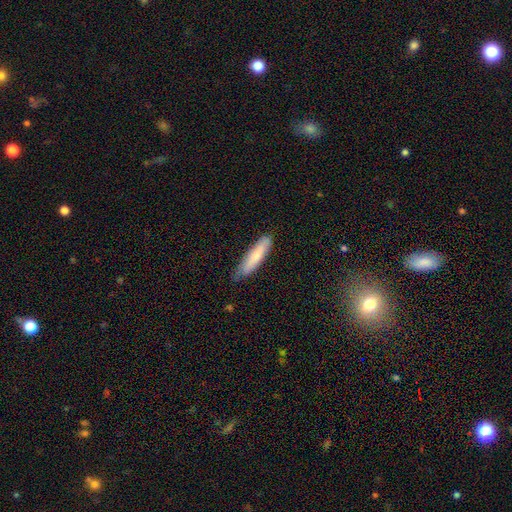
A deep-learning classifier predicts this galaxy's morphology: type=smooth (72%); roundness=cigar-shaped (78%); merging=none (75%).